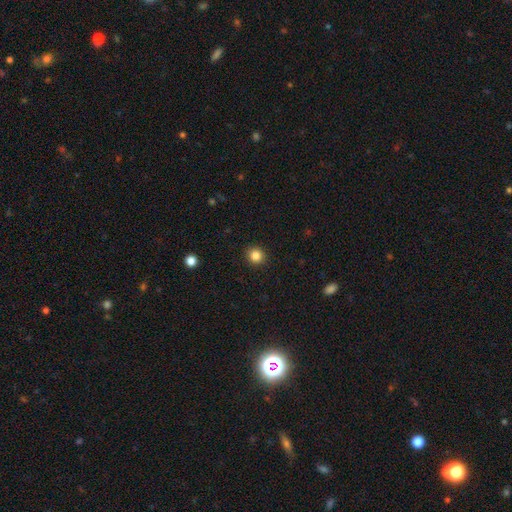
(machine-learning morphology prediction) smooth 85%, star or artifact 11%, featured or disk 4%. Down the decision tree: how rounded — round (91%); merging — none (92%).